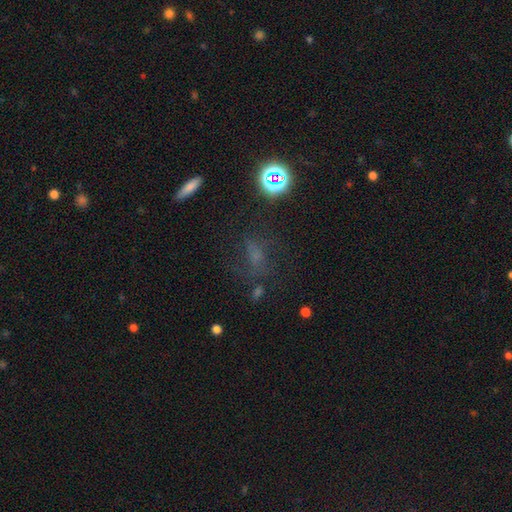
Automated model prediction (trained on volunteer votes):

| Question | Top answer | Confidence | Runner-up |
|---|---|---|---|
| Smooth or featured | star or artifact | 39% | smooth (38%) |